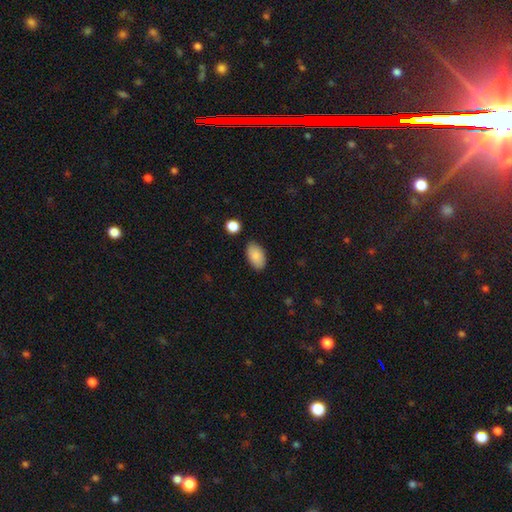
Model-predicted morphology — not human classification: Smooth or featured? Predicted: smooth (p=0.88). How rounded? Predicted: in between (p=0.94). Merging? Predicted: none (p=0.85).